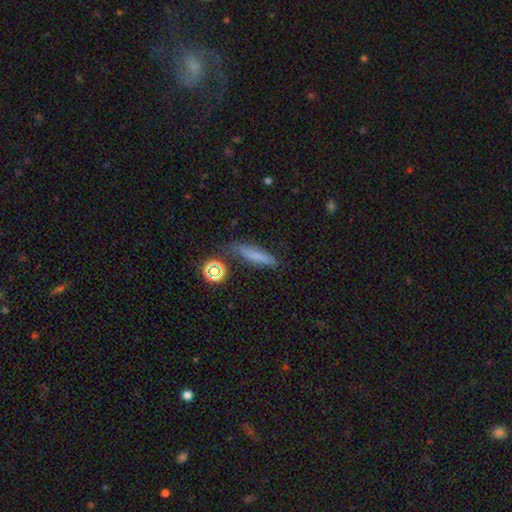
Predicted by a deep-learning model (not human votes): A smooth galaxy with no disk features (70%) that is cigar-shaped (82%). Merging: none (72%).